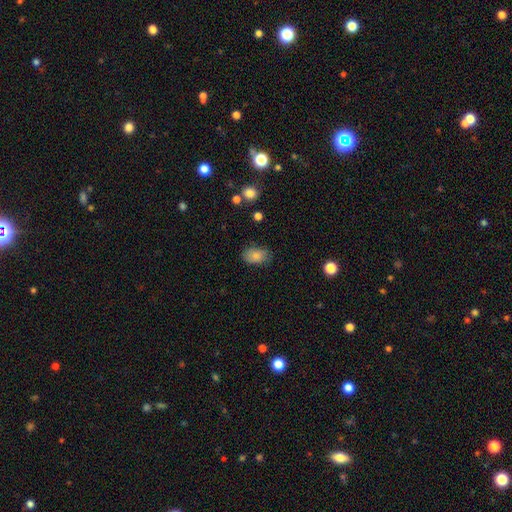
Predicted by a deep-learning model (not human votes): Morphology: type=smooth (83%); roundness=in between (87%); merging=none (79%).